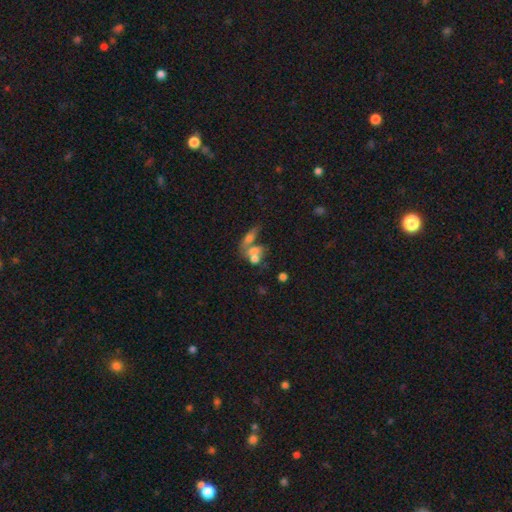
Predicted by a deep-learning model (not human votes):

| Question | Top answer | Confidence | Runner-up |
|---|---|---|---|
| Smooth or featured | smooth | 41% | featured or disk (32%) |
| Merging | merger | 47% | none (34%) |